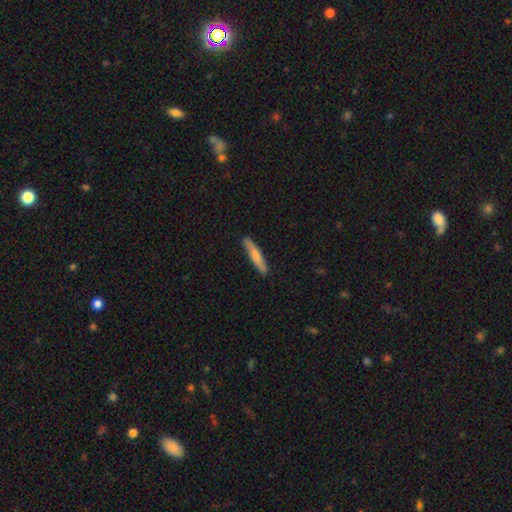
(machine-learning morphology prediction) smooth-or-featured: smooth: 73% | featured or disk: 22% | star or artifact: 5%
  how-rounded: cigar-shaped: 91% | in between: 8% | round: 1%
  merging: none: 87% | minor disturbance: 10% | major disturbance: 2% | merger: 1%